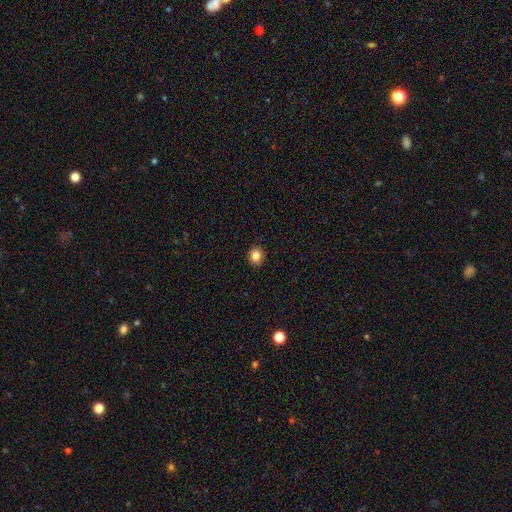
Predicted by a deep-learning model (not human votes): Q: Smooth or featured?
A: smooth (82%); runner-up: star or artifact (11%)
Q: How rounded?
A: round (79%); runner-up: in between (20%)
Q: Merging?
A: none (92%); runner-up: minor disturbance (6%)